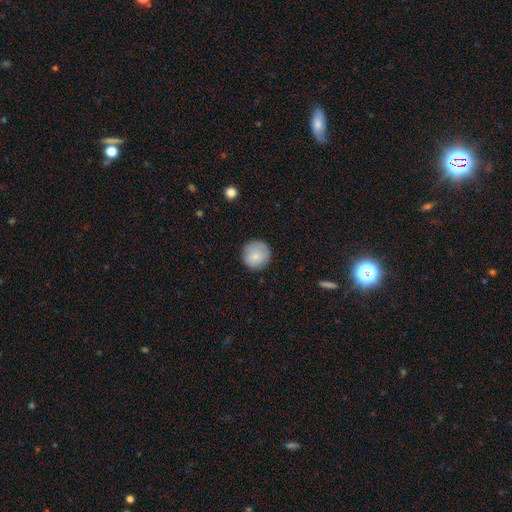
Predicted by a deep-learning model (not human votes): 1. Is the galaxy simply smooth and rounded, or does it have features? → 83% smooth, 10% featured or disk, 7% star or artifact.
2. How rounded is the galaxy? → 95% round, 4% in between, 1% cigar-shaped.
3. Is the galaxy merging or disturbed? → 87% none, 10% minor disturbance, 2% major disturbance, 1% merger.